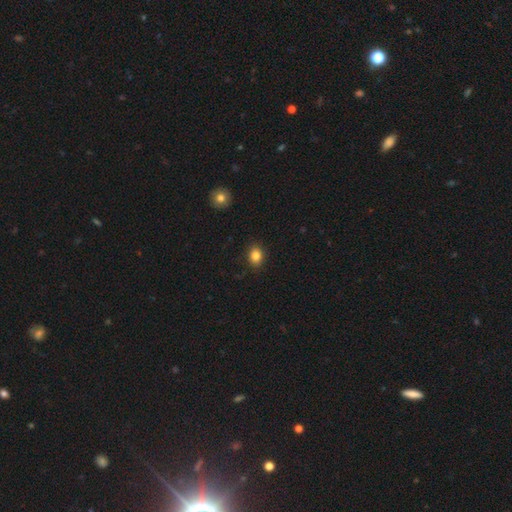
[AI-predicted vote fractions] A smooth galaxy with no disk features (83%) that is in between round and cigar-shaped (50%). Merging: none (89%).